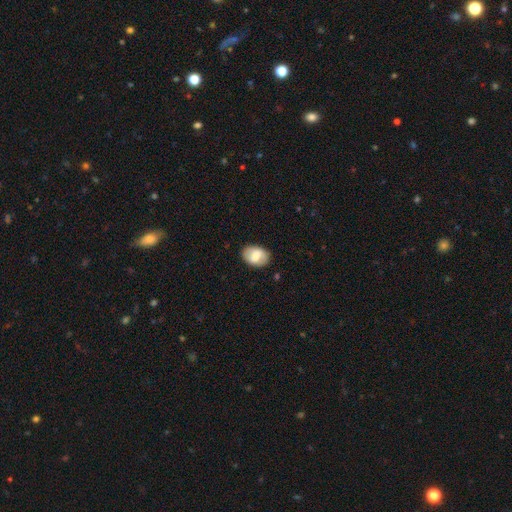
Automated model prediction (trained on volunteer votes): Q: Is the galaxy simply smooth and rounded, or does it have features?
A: smooth — 66%.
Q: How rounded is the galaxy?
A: in between — 84%.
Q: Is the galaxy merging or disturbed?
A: none — 84%.